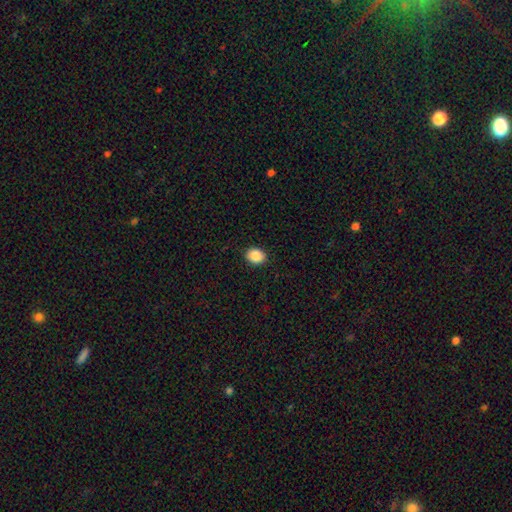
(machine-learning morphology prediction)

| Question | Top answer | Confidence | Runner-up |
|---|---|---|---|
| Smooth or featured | smooth | 88% | star or artifact (8%) |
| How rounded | round | 54% | in between (46%) |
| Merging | none | 91% | minor disturbance (6%) |